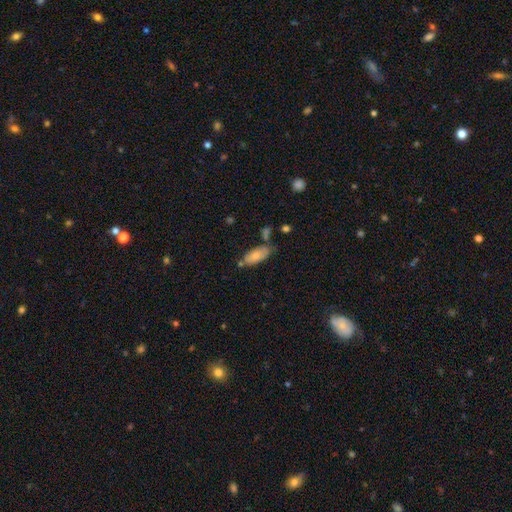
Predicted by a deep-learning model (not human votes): A smooth galaxy with no disk features (77%) that is in between round and cigar-shaped (85%). Merging: none (61%).